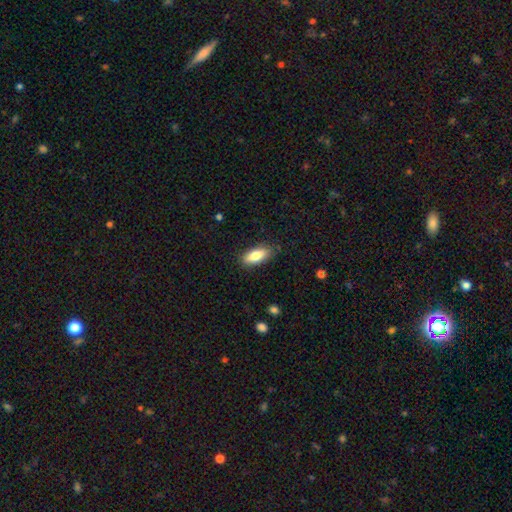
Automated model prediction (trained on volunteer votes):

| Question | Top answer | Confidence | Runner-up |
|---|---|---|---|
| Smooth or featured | smooth | 79% | featured or disk (14%) |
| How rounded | in between | 77% | cigar-shaped (21%) |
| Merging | none | 85% | minor disturbance (12%) |